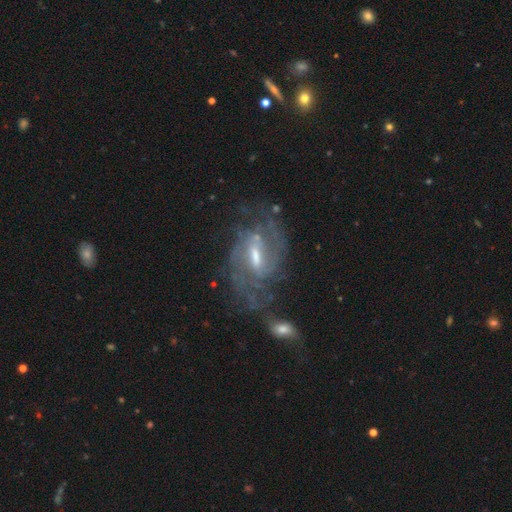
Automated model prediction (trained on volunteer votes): This is clearly a featured or disk galaxy (85%). It is clearly not viewed edge-on (95%). Bar: possibly weak (55%). Spiral arm pattern: clearly yes (91%). Spiral arm count: marginally 2 (36%). Spiral winding: marginally medium (43%). Central bulge: possibly moderate (53%). Merging: possibly none (54%).